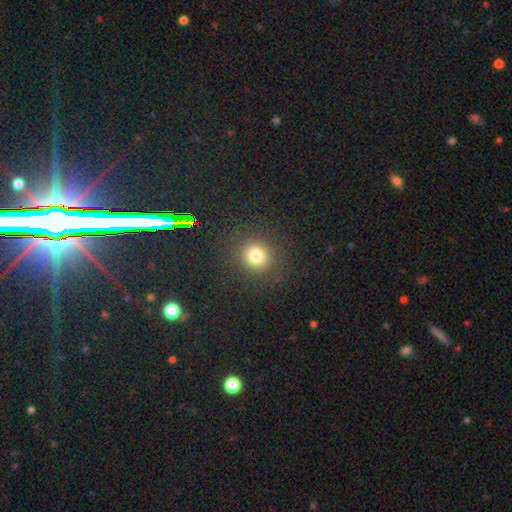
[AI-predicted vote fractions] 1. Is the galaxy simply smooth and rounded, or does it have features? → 76% smooth, 17% star or artifact, 6% featured or disk.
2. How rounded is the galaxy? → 90% round, 9% in between, 1% cigar-shaped.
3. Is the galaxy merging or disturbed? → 89% none, 6% minor disturbance, 3% major disturbance, 1% merger.